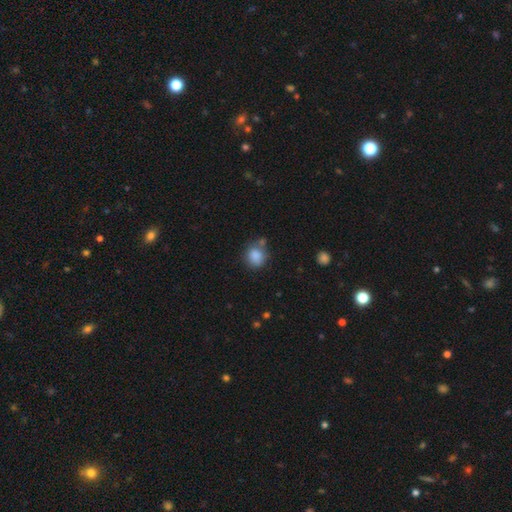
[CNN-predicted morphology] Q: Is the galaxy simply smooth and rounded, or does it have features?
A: smooth — 85%.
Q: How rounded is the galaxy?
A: round — 71%.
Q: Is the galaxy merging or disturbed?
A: none — 61%.